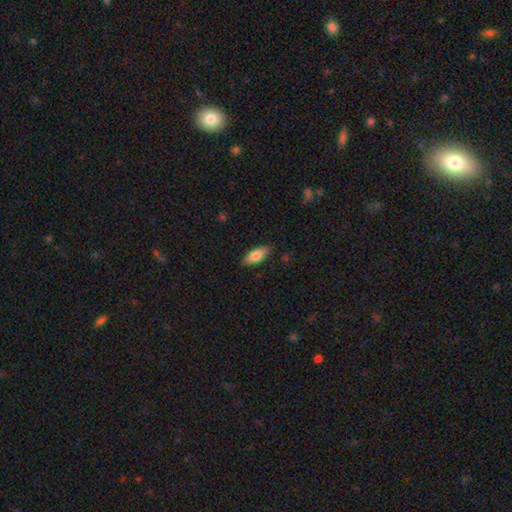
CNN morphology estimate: Smooth or featured? Predicted: smooth (p=0.76). How rounded? Predicted: in between (p=0.80). Merging? Predicted: none (p=0.86).